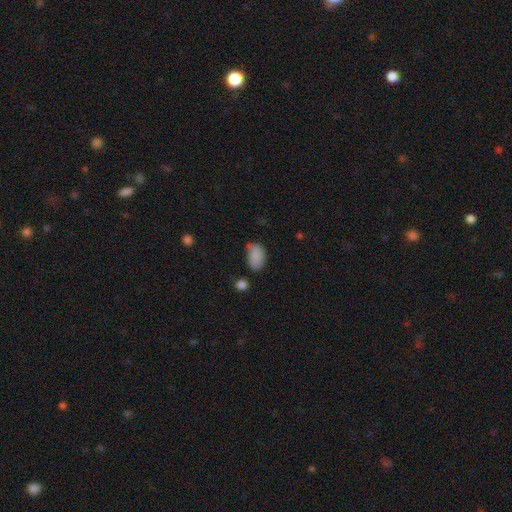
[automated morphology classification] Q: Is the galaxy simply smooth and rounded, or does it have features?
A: smooth — 85%.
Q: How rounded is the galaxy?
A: in between — 90%.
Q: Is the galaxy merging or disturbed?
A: none — 53%.